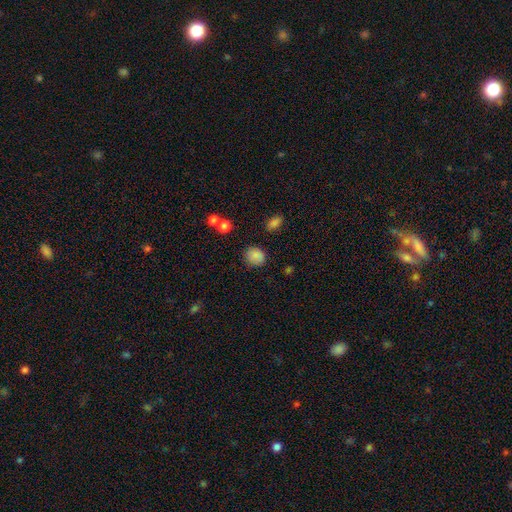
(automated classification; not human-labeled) Smooth or featured? smooth (85%)
How rounded? round (69%)
Merging? none (80%)